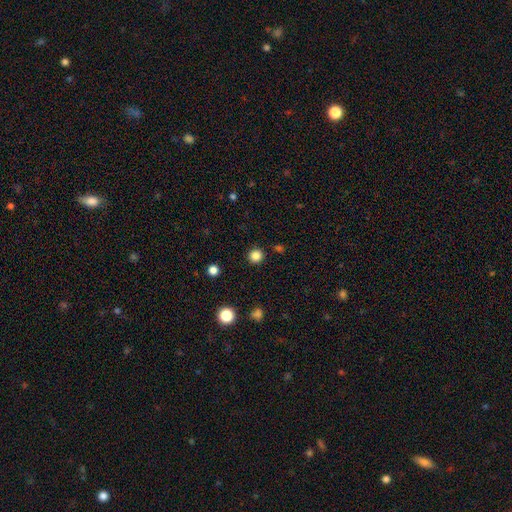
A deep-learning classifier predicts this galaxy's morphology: type=smooth (84%); roundness=round (94%); merging=none (91%).